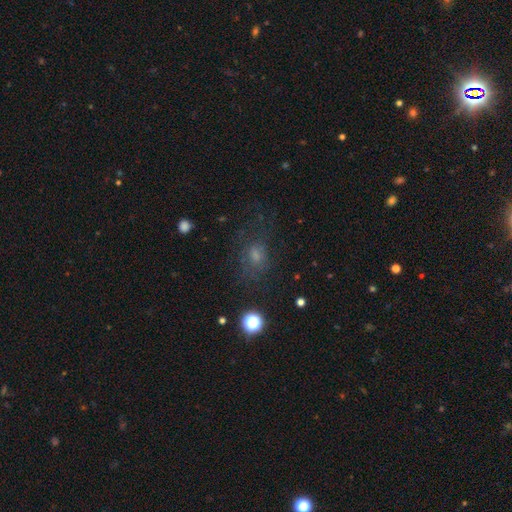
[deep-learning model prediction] Smooth or featured? smooth (51%)
How rounded? round (50%)
Merging? none (57%)